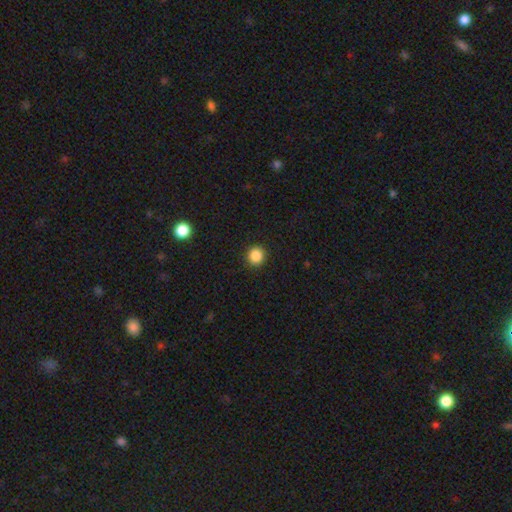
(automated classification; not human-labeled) A smooth galaxy with no disk features (86%) that is round (92%).

Vote fractions:
- Smooth or featured? smooth: 86% / star or artifact: 11% / featured or disk: 3%
- How rounded? round: 92% / in between: 7% / cigar-shaped: 1%
- Merging? none: 93% / minor disturbance: 5% / major disturbance: 2% / merger: 1%